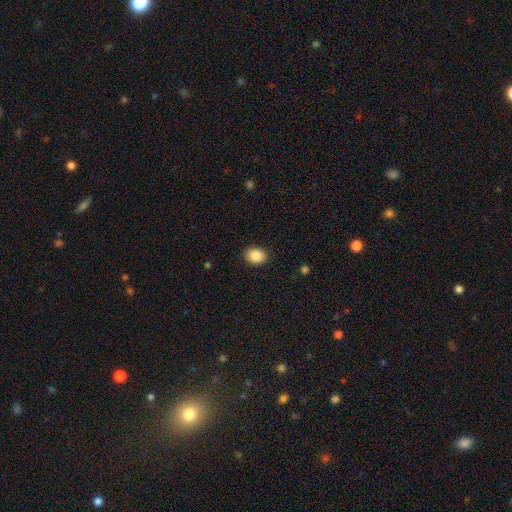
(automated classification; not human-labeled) Smooth or featured: smooth — 89% (star or artifact — 8%)
How rounded: in between — 64% (round — 35%)
Merging: none — 88% (minor disturbance — 8%)